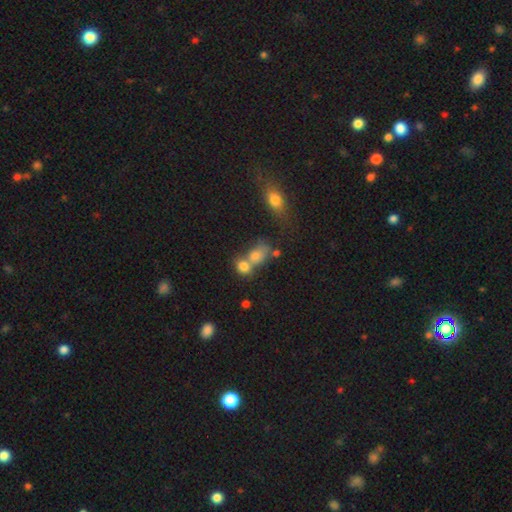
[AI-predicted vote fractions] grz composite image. It shows a smooth galaxy with no disk features (74%) that is in between round and cigar-shaped (59%). Merging: merger (54%).